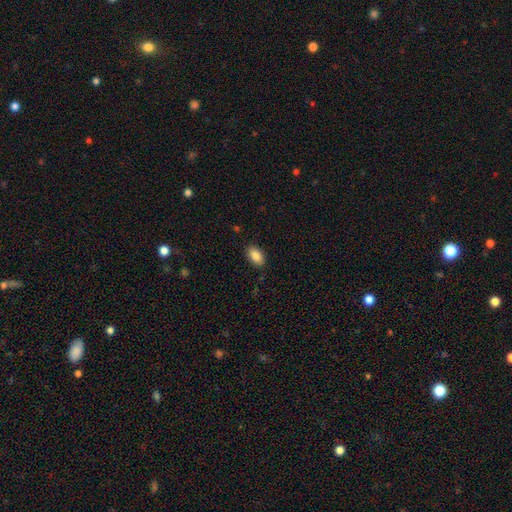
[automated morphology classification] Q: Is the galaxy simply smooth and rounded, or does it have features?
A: smooth — 87%.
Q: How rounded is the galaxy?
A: in between — 93%.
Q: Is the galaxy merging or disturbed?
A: none — 88%.